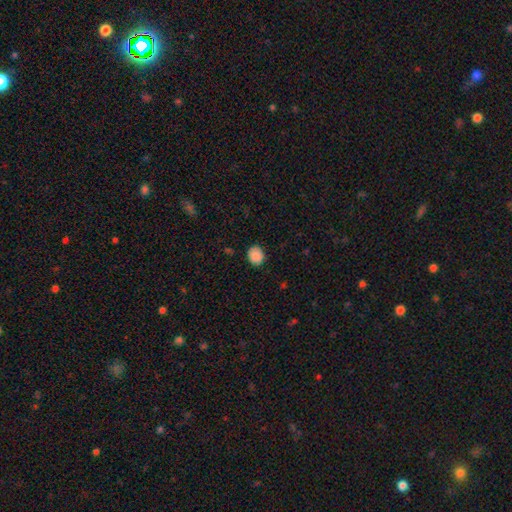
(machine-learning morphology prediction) The model was most divided on "how rounded": round: 74%, in between: 25%, cigar-shaped: 1%. More confident: smooth or featured — smooth (88%); merging — none (83%).